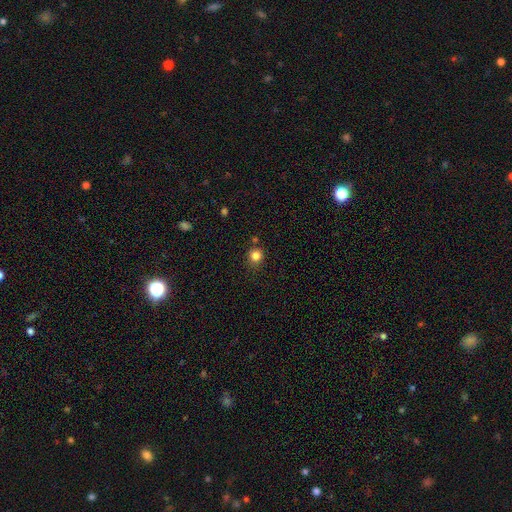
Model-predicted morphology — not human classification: A smooth galaxy with no disk features (83%) that is round (89%). Merging: none (82%).